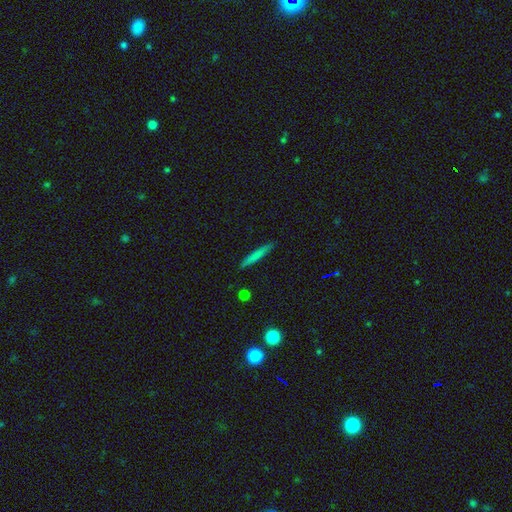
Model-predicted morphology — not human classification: This appears to be a smooth galaxy with no disk features (71%) that is cigar-shaped (95%). Merging: none (89%).